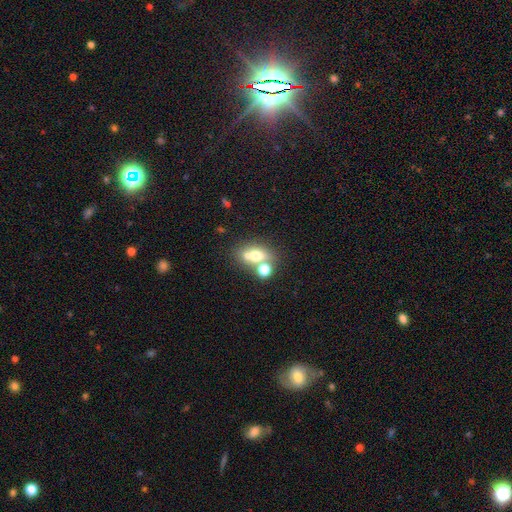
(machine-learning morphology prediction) smooth 60%, featured or disk 26%, star or artifact 15%. Down the decision tree: how rounded — in between (55%); merging — none (43%).